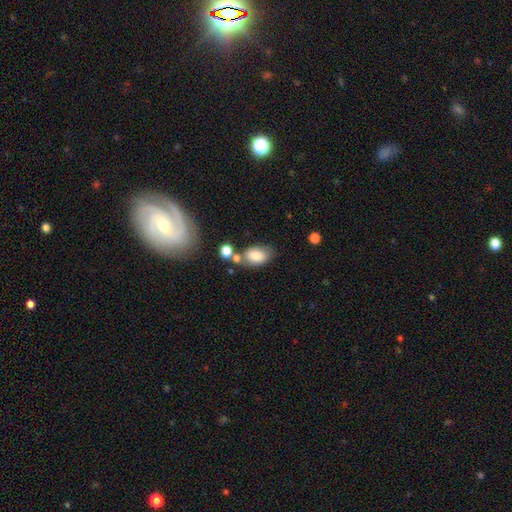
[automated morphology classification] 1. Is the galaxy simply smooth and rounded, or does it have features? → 81% smooth, 11% featured or disk, 8% star or artifact.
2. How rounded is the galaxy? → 89% in between, 9% round, 2% cigar-shaped.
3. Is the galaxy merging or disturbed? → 58% none, 19% minor disturbance, 17% merger, 6% major disturbance.